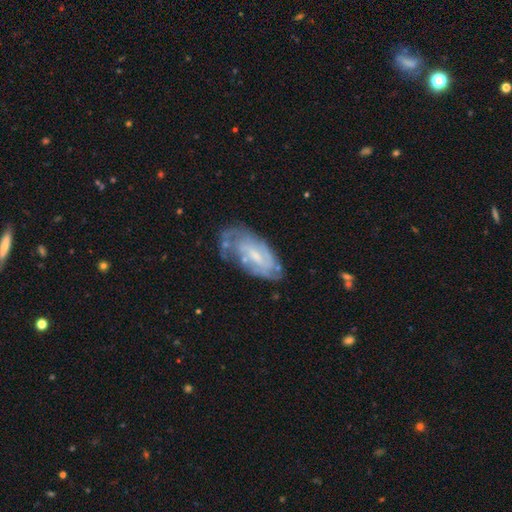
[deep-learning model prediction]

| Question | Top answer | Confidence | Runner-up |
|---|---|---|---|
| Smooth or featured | featured or disk | 74% | smooth (19%) |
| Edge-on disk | no | 93% | yes (7%) |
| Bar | weak | 50% | no (36%) |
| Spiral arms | yes | 81% | no (19%) |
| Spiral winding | tight | 55% | medium (34%) |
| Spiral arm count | can't tell | 52% | 2 (24%) |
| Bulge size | small | 52% | moderate (31%) |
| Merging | none | 56% | minor disturbance (26%) |